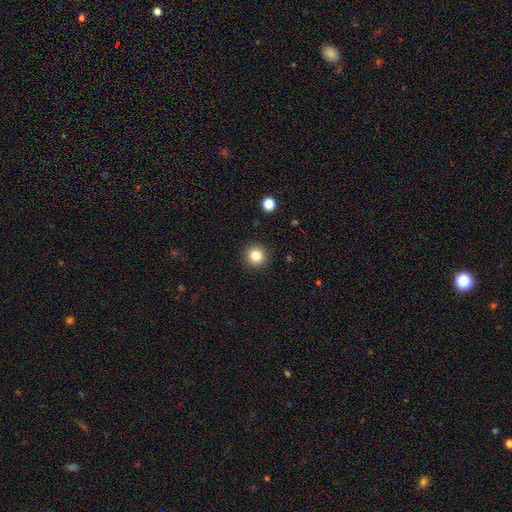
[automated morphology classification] Smooth or featured? Predicted: smooth (p=0.83). How rounded? Predicted: round (p=0.95). Merging? Predicted: none (p=0.92).